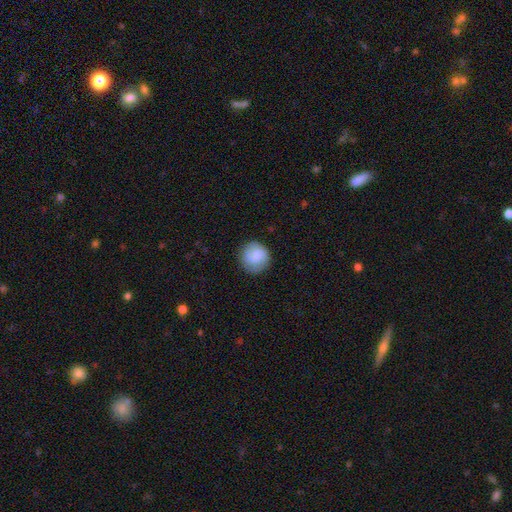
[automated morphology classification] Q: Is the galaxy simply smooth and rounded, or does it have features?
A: smooth — 64%.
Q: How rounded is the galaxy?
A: round — 90%.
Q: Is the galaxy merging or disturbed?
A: none — 82%.